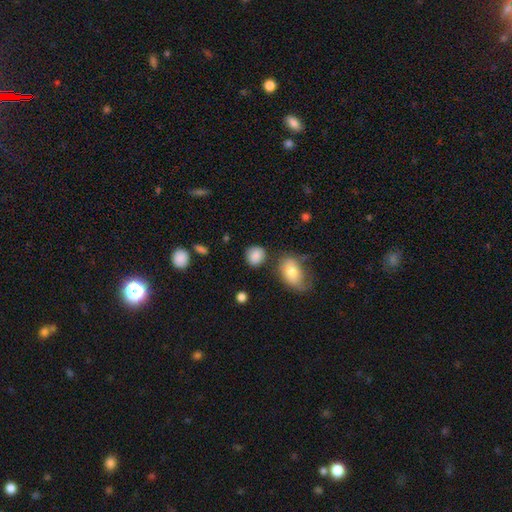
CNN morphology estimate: Smooth or featured? smooth (86%)
How rounded? round (66%)
Merging? none (74%)